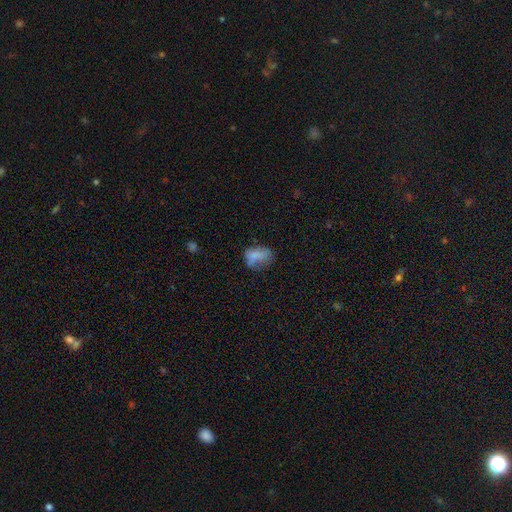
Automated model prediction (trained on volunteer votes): A smooth galaxy with no disk features (71%) that is in between round and cigar-shaped (73%).

Vote fractions:
- Smooth or featured? smooth: 71% / featured or disk: 17% / star or artifact: 11%
- How rounded? in between: 73% / round: 26% / cigar-shaped: 1%
- Merging? none: 43% / minor disturbance: 31% / major disturbance: 22% / merger: 4%